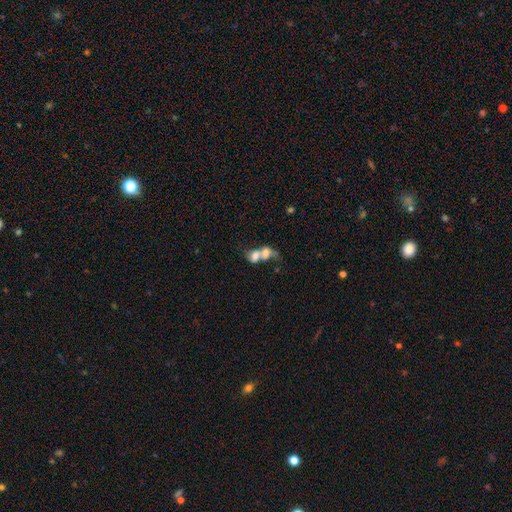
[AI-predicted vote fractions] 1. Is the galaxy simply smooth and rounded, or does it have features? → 61% smooth, 28% featured or disk, 10% star or artifact.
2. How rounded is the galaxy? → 60% in between, 37% round, 3% cigar-shaped.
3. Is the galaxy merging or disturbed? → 79% merger, 10% none, 6% major disturbance, 4% minor disturbance.